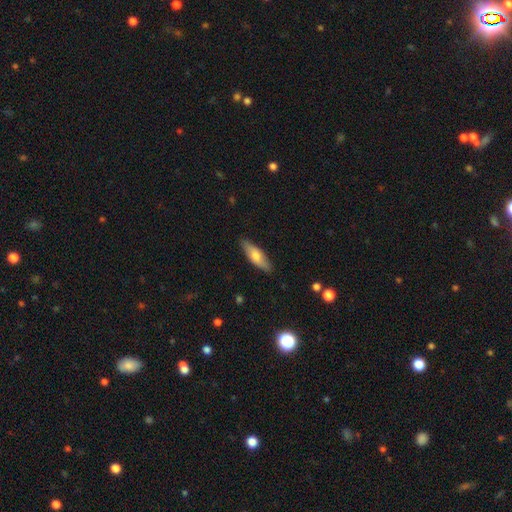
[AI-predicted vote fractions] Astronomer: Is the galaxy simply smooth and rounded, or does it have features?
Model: smooth — 65%.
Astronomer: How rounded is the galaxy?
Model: in between — 51% (runner-up: cigar-shaped, 46%).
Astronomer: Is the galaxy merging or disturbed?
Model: none — 87%.